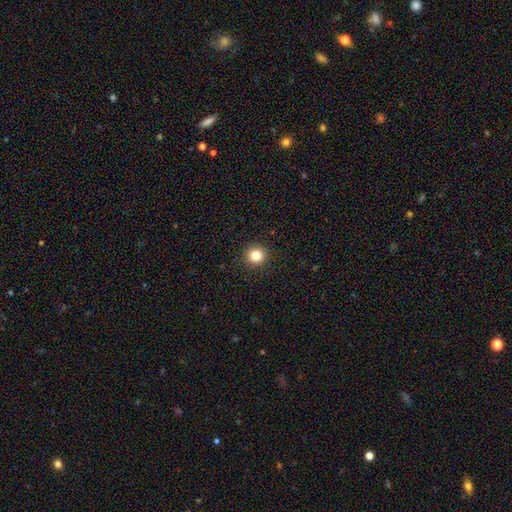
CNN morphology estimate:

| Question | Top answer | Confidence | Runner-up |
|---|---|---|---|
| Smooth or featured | smooth | 83% | star or artifact (12%) |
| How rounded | round | 93% | in between (6%) |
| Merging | none | 92% | minor disturbance (5%) |